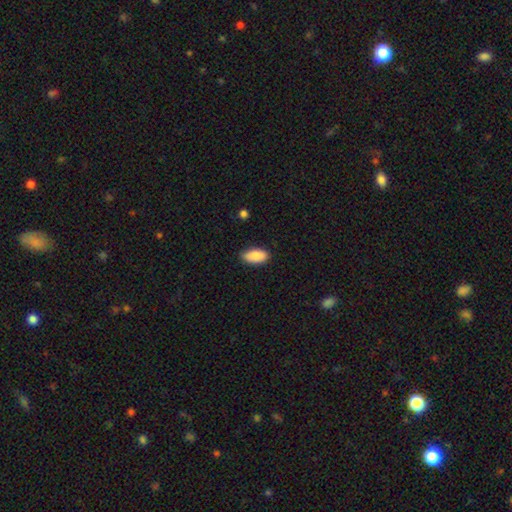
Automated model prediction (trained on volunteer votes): A smooth galaxy with no disk features (89%) that is in between round and cigar-shaped (91%).

Vote fractions:
- Smooth or featured? smooth: 89% / star or artifact: 6% / featured or disk: 5%
- How rounded? in between: 91% / cigar-shaped: 7% / round: 2%
- Merging? none: 84% / minor disturbance: 13% / major disturbance: 2% / merger: 1%